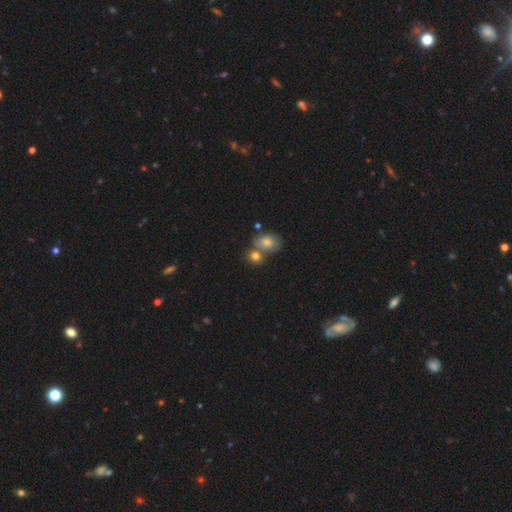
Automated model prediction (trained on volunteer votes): smooth-or-featured: smooth: 74% | featured or disk: 15% | star or artifact: 12%
  how-rounded: round: 65% | in between: 34% | cigar-shaped: 1%
  merging: none: 46% | merger: 39% | minor disturbance: 11% | major disturbance: 4%